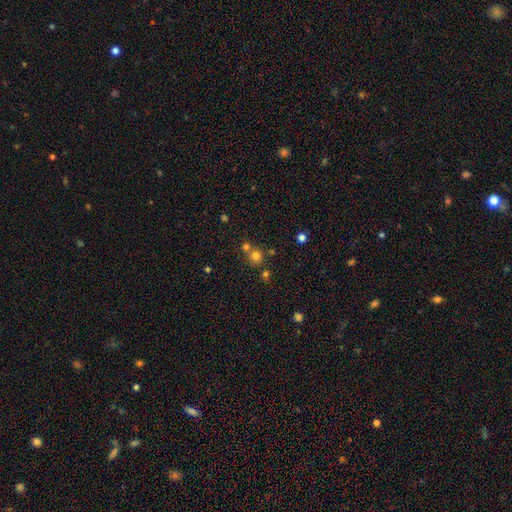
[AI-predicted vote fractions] This is likely a smooth galaxy (73%). How rounded: clearly round (89%). Merging: possibly none (60%).